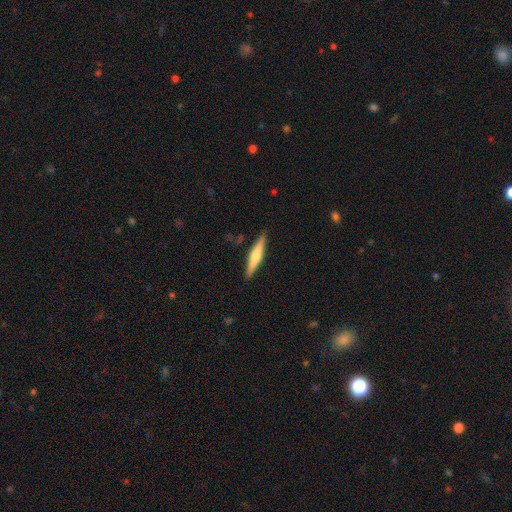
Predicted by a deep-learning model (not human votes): featured or disk 49%, smooth 45%, star or artifact 6%. Down the decision tree: merging — none (89%).